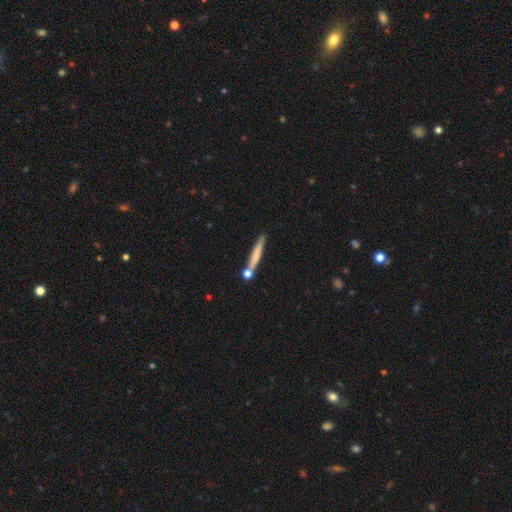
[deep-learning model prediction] Morphology: type=smooth (61%); roundness=cigar-shaped (94%); merging=none (71%).